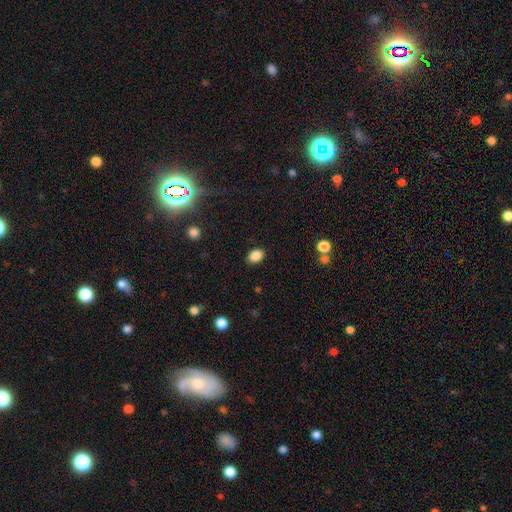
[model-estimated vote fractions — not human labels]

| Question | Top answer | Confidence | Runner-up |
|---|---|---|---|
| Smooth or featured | smooth | 87% | star or artifact (9%) |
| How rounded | in between | 73% | round (26%) |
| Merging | none | 88% | minor disturbance (9%) |